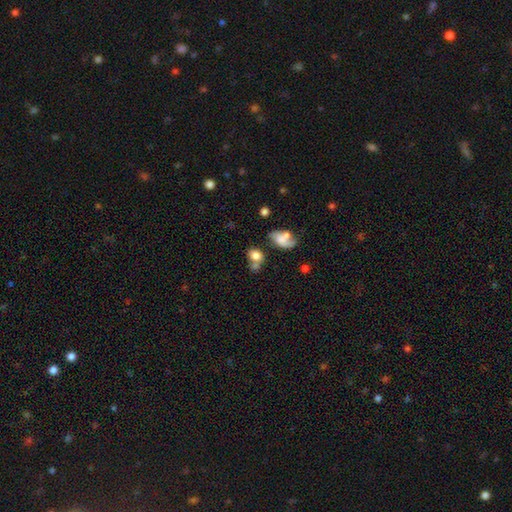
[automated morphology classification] type=smooth (76%); roundness=in between (52%); merging=none (38%).